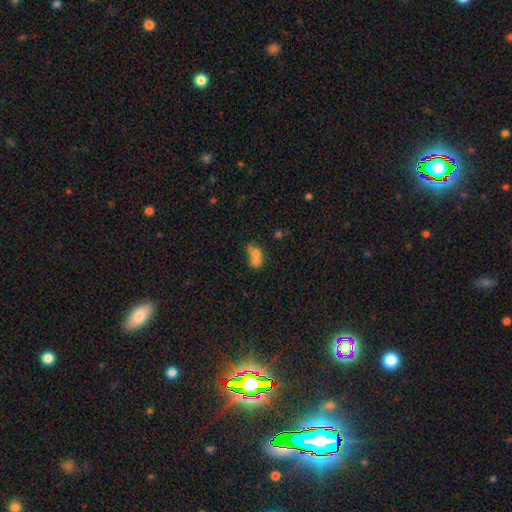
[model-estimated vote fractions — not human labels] A smooth galaxy with no disk features (66%) that is in between round and cigar-shaped (60%).

Vote fractions:
- Smooth or featured? smooth: 66% / featured or disk: 21% / star or artifact: 13%
- How rounded? in between: 60% / round: 37% / cigar-shaped: 3%
- Merging? merger: 61% / none: 21% / minor disturbance: 10% / major disturbance: 8%